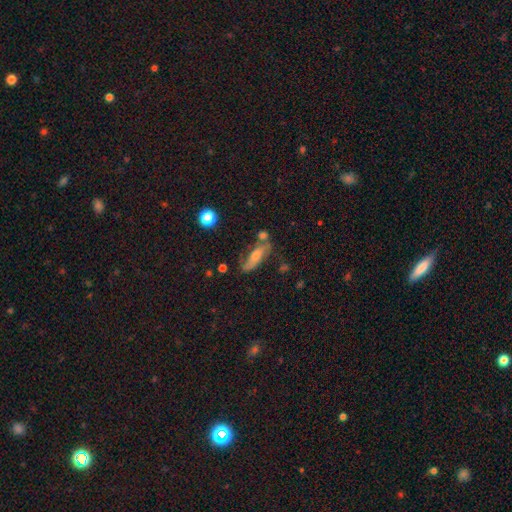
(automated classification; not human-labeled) Overall: featured or disk (48%; smooth 40%). Merging: none (62%).